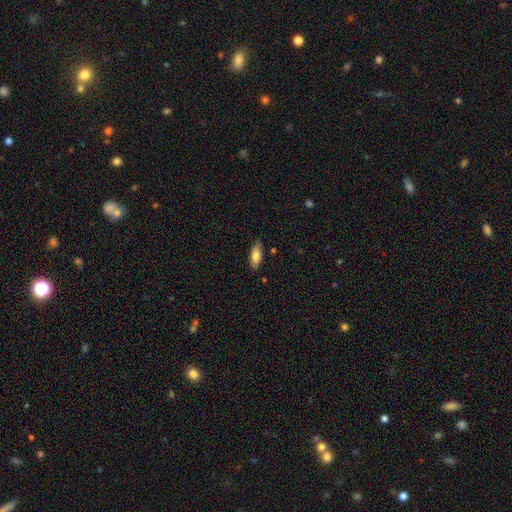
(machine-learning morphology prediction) Smooth or featured? Predicted: smooth (p=0.77). How rounded? Predicted: in between (p=0.69). Merging? Predicted: none (p=0.83).